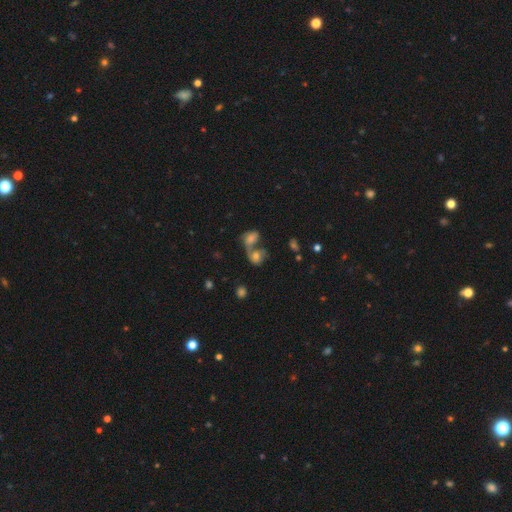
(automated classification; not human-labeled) This appears to be a smooth galaxy with no disk features (47%). Merging: merger (42%).